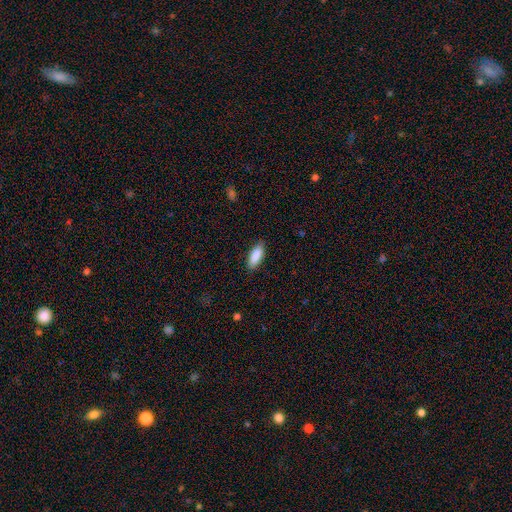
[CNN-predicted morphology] smooth 89%, star or artifact 6%, featured or disk 6%. Down the decision tree: how rounded — in between (73%); merging — none (87%).